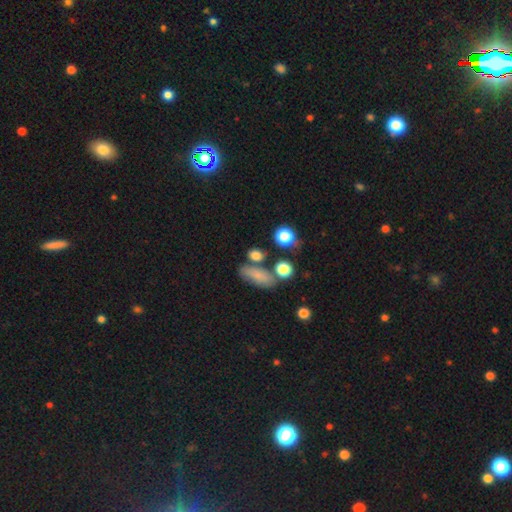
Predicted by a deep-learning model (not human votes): smooth 77%, star or artifact 13%, featured or disk 10%. Down the decision tree: how rounded — in between (57%); merging — none (64%).